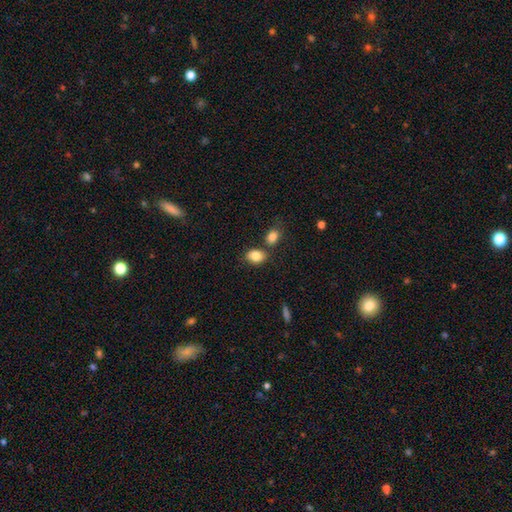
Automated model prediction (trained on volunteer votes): smooth 85%, star or artifact 8%, featured or disk 6%. Down the decision tree: how rounded — in between (73%); merging — none (68%).